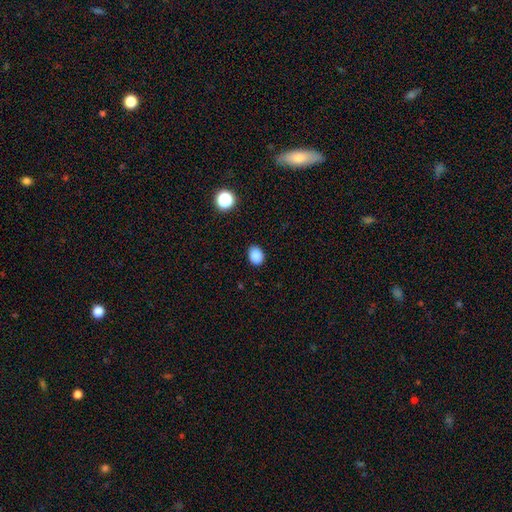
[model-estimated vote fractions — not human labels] Smooth or featured? Predicted: smooth (p=0.87). How rounded? Predicted: in between (p=0.60). Merging? Predicted: none (p=0.89).